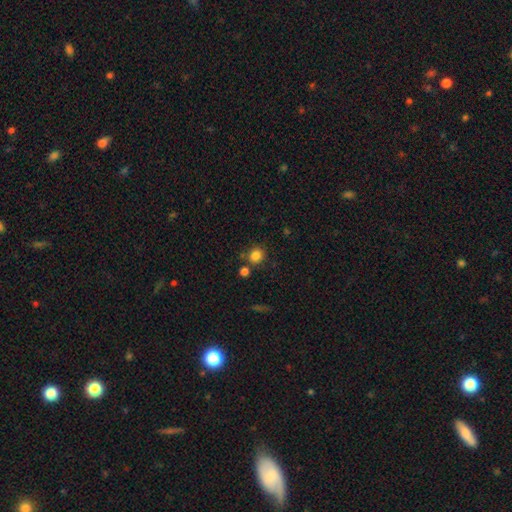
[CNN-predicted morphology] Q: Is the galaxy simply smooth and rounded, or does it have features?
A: smooth — 83%.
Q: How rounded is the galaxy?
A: round — 85%.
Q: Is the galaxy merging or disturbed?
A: none — 75%.